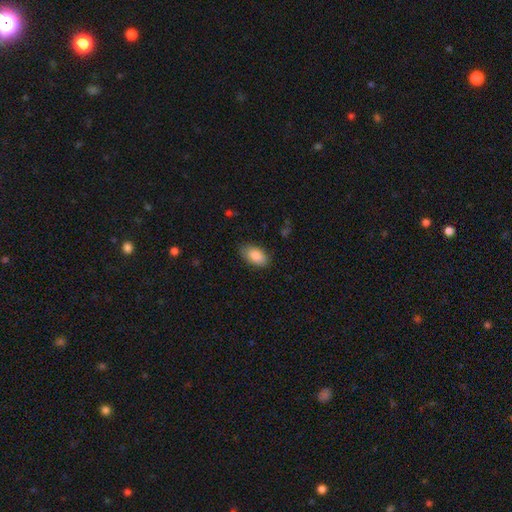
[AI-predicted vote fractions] A smooth galaxy with no disk features (88%) that is in between round and cigar-shaped (93%).

Vote fractions:
- Smooth or featured? smooth: 88% / star or artifact: 7% / featured or disk: 6%
- How rounded? in between: 93% / round: 4% / cigar-shaped: 2%
- Merging? none: 82% / minor disturbance: 14% / major disturbance: 3% / merger: 1%